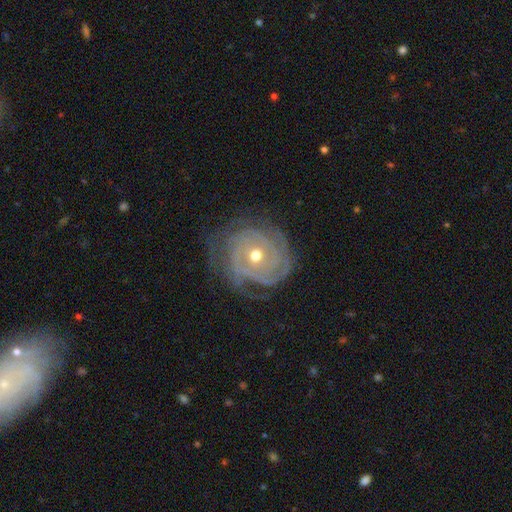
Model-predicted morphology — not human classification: Q: Smooth or featured?
A: featured or disk (87%); runner-up: smooth (8%)
Q: Edge-on disk?
A: no (97%); runner-up: yes (3%)
Q: Bar?
A: no (75%); runner-up: weak (19%)
Q: Spiral arms?
A: yes (94%); runner-up: no (6%)
Q: Spiral winding?
A: tight (77%); runner-up: medium (18%)
Q: Spiral arm count?
A: can't tell (31%); runner-up: 3 (24%)
Q: Bulge size?
A: moderate (61%); runner-up: small (35%)
Q: Merging?
A: none (66%); runner-up: minor disturbance (21%)